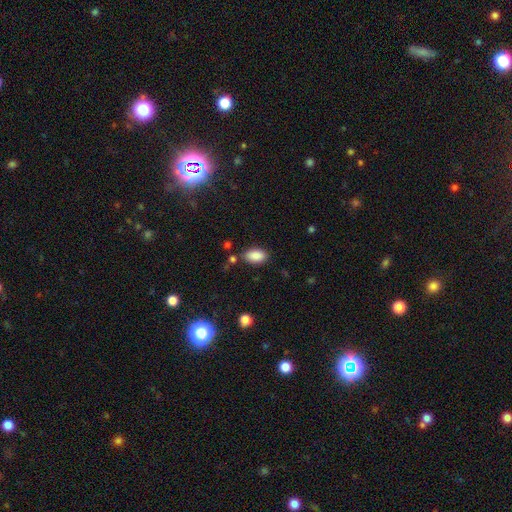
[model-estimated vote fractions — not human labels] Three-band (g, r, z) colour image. It shows a smooth galaxy with no disk features (87%) that is in between round and cigar-shaped (93%). Merging: none (81%).